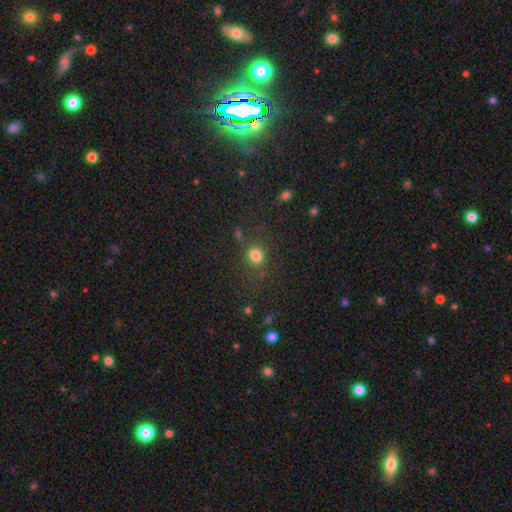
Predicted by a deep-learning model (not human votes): Smooth or featured?
  - smooth: 76% *
  - star or artifact: 17%
  - featured or disk: 8%
How rounded?
  - round: 68% *
  - in between: 30%
  - cigar-shaped: 2%
Merging?
  - none: 71% *
  - minor disturbance: 15%
  - major disturbance: 9%
  - merger: 5%